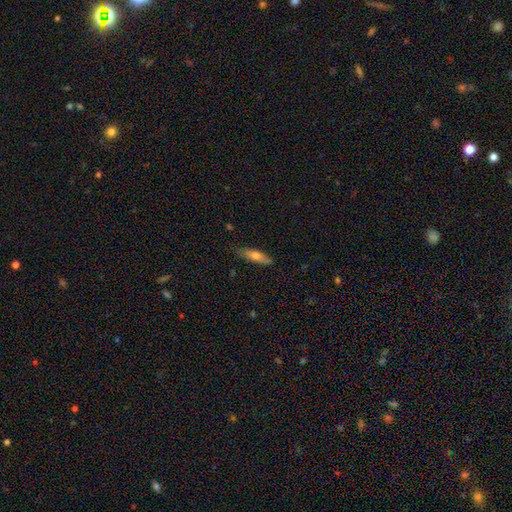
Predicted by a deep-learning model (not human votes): Smooth or featured?
  - smooth: 64% *
  - featured or disk: 29%
  - star or artifact: 6%
How rounded?
  - cigar-shaped: 60% *
  - in between: 38%
  - round: 2%
Merging?
  - none: 79% *
  - minor disturbance: 17%
  - major disturbance: 3%
  - merger: 1%